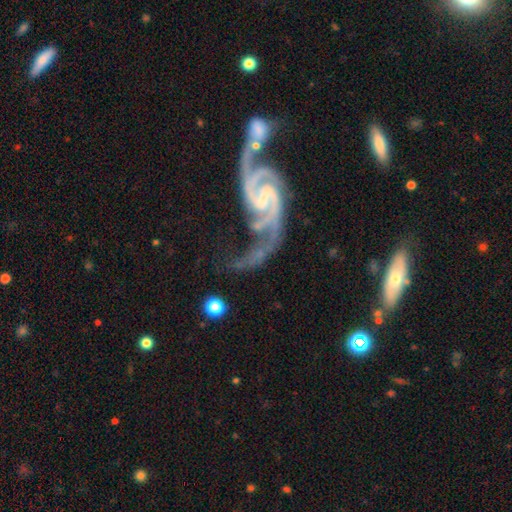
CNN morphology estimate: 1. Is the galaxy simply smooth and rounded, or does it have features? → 90% featured or disk, 6% star or artifact, 5% smooth.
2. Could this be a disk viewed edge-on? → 97% no, 3% yes.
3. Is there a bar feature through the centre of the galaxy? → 47% weak, 29% strong, 24% no.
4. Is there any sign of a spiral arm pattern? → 97% yes, 3% no.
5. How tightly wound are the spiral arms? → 46% medium, 38% loose, 16% tight.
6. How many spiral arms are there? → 85% 2, 5% 3, 4% can't tell, 2% 1, 2% 4, 2% more than 4.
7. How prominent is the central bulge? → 48% small, 31% none, 17% moderate, 3% large, 1% dominant.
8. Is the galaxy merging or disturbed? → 46% none, 23% major disturbance, 19% minor disturbance, 12% merger.